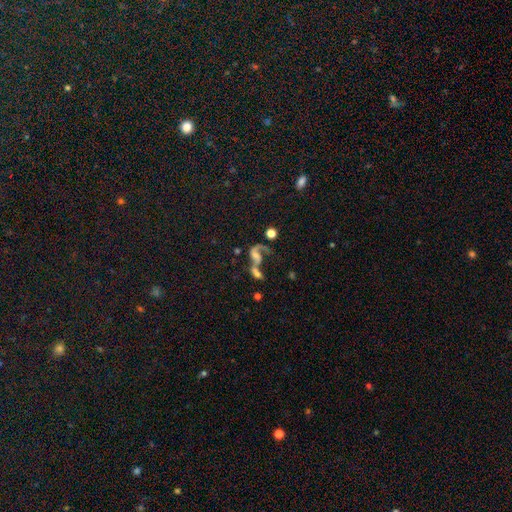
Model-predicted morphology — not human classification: smooth-or-featured: featured or disk: 60% | smooth: 22% | star or artifact: 18%
  disk-edge-on: no: 94% | yes: 6%
    bar: no: 63% | weak: 26% | strong: 11%
    has-spiral-arms: yes: 71% | no: 29%
    bulge-size: none: 32% | small: 30% | moderate: 26% | large: 9% | dominant: 3%
  merging: merger: 49% | major disturbance: 23% | none: 19% | minor disturbance: 9%